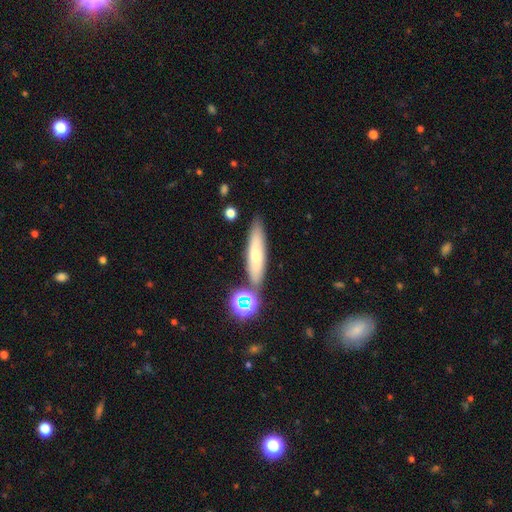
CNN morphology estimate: Overall: smooth (57%; featured or disk 32%). How rounded: cigar-shaped (77%). Merging: none (80%).